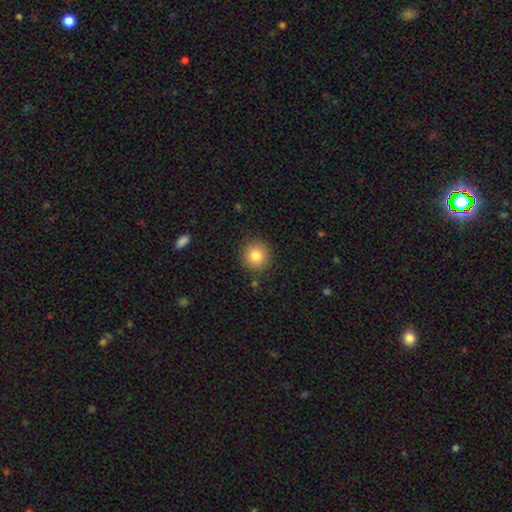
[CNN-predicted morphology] This appears to be a smooth galaxy with no disk features (82%) that is round (93%). Merging: none (89%).